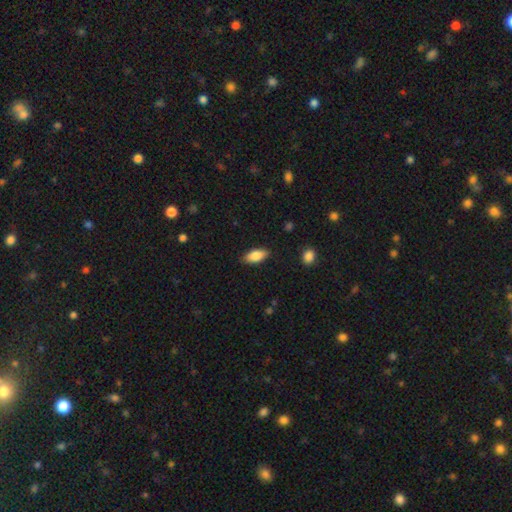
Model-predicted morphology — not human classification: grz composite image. It shows a smooth galaxy with no disk features (84%) that is in between round and cigar-shaped (88%). Merging: none (85%).